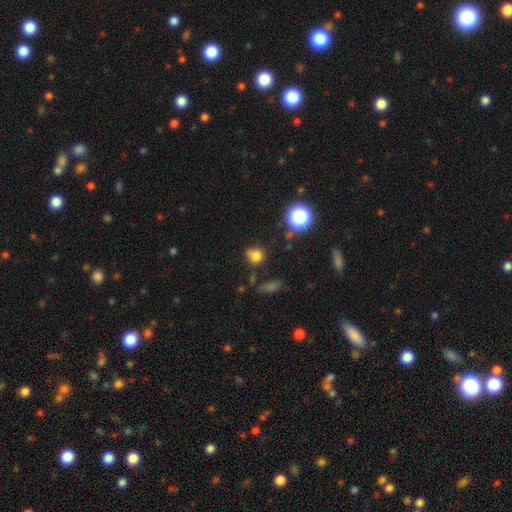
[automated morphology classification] smooth 75%, star or artifact 18%, featured or disk 7%. Down the decision tree: how rounded — round (83%); merging — none (69%).